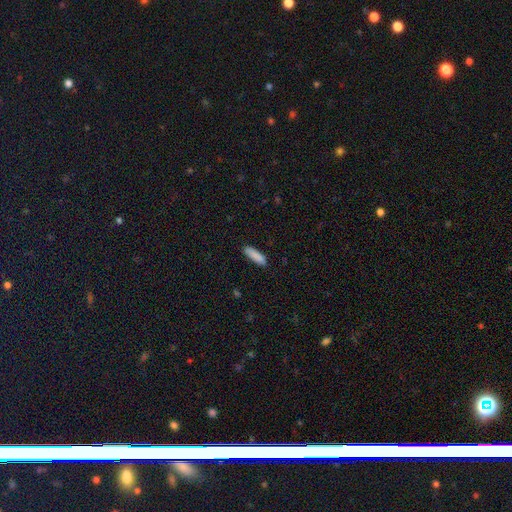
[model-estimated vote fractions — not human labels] Smooth or featured? smooth (89%)
How rounded? cigar-shaped (61%)
Merging? none (87%)